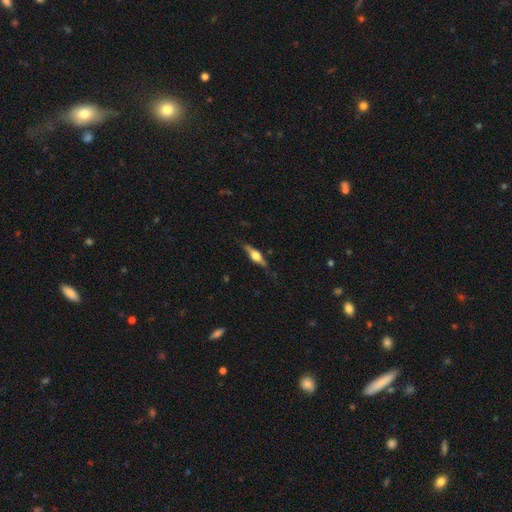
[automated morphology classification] This appears to be a featured or disk galaxy (68%) viewed edge-on (96%) with a rounded central bulge (90%). Merging: none (81%).